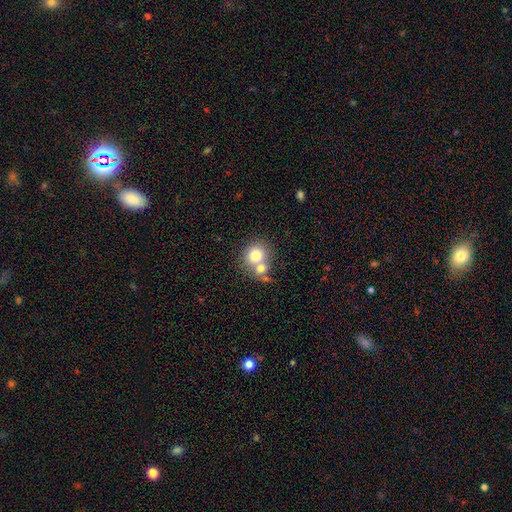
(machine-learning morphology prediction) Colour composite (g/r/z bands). It shows a smooth galaxy with no disk features (75%) that is round (80%). Merging: merger (51%).